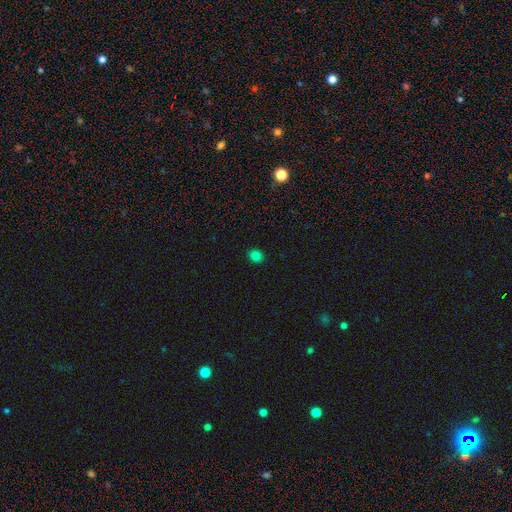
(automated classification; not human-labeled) This is clearly a smooth galaxy (81%). How rounded: likely round (65%). Merging: clearly none (91%).